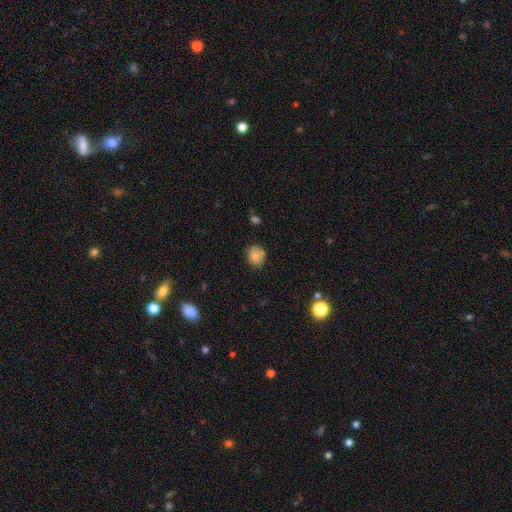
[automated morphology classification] Smooth or featured? smooth (79%)
How rounded? round (68%)
Merging? none (68%)